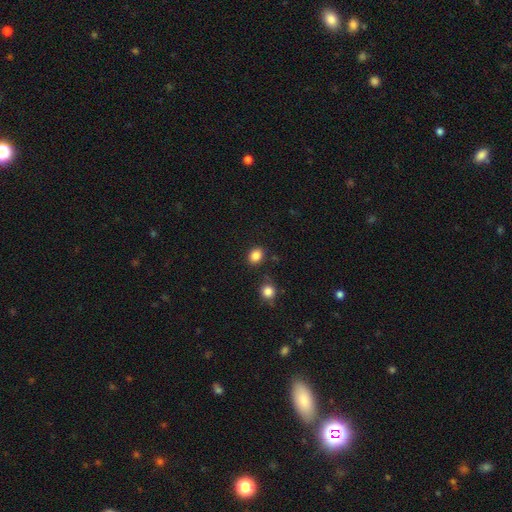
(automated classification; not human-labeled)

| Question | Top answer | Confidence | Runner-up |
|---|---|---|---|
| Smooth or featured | smooth | 85% | star or artifact (11%) |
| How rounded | round | 50% | in between (49%) |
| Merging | none | 83% | minor disturbance (10%) |